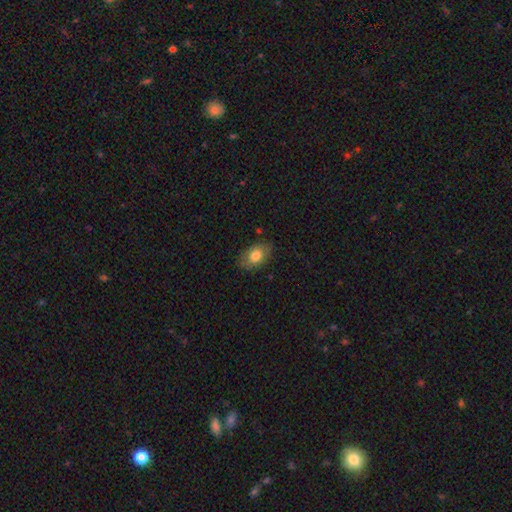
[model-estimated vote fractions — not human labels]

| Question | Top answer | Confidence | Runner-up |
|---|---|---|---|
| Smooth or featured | smooth | 75% | featured or disk (18%) |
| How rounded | in between | 87% | round (11%) |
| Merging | none | 79% | minor disturbance (15%) |